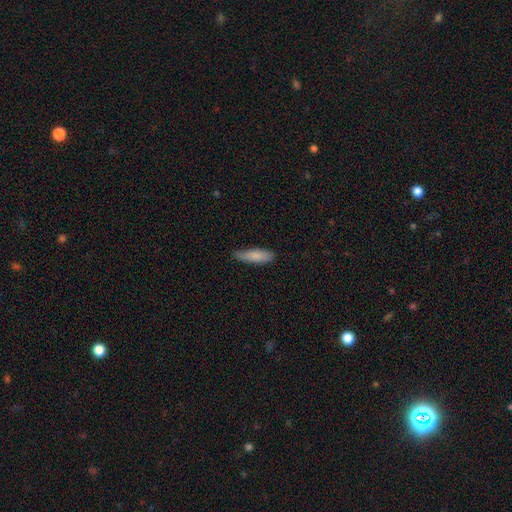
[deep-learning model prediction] Smooth or featured? smooth (83%)
How rounded? cigar-shaped (57%)
Merging? none (71%)